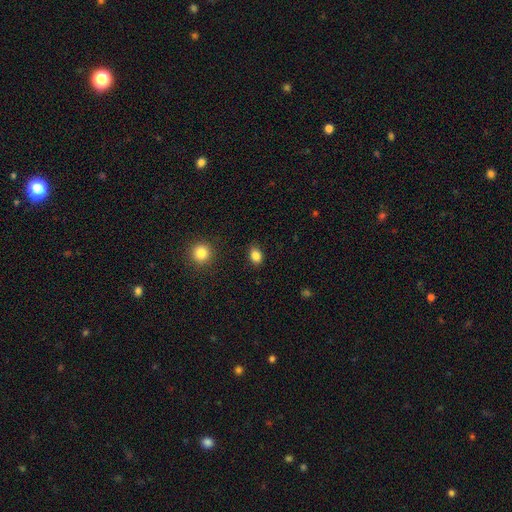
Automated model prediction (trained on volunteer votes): This appears to be a smooth galaxy with no disk features (85%) that is in between round and cigar-shaped (69%). Merging: none (87%).